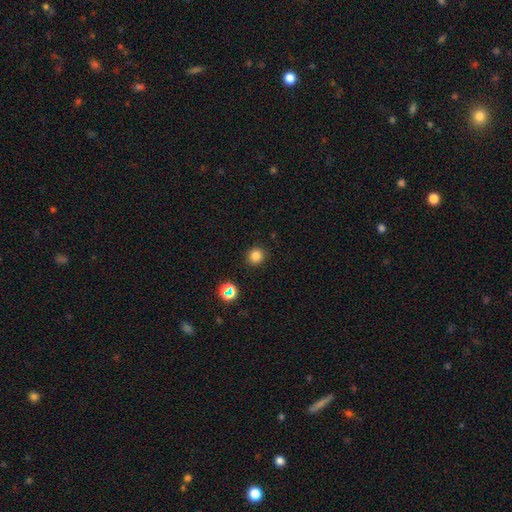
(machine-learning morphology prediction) A smooth galaxy with no disk features (81%) that is round (90%). Merging: none (91%).